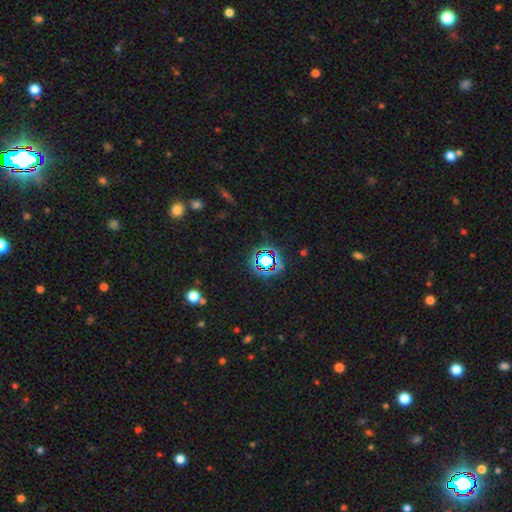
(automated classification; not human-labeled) Smooth or featured?
  - star or artifact: 67% *
  - smooth: 21%
  - featured or disk: 12%